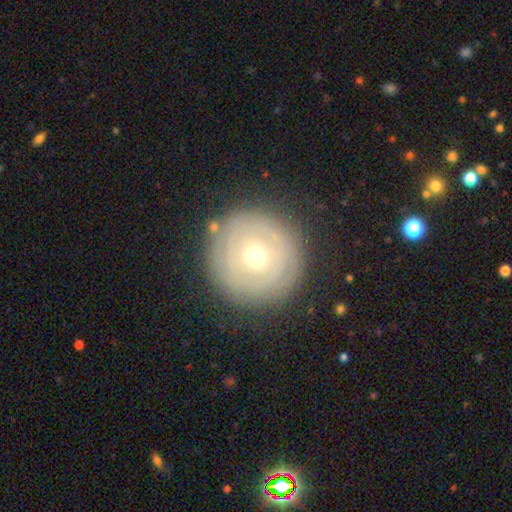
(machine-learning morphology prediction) smooth-or-featured: featured or disk: 53% | smooth: 38% | star or artifact: 8%
  disk-edge-on: no: 96% | yes: 4%
    bar: no: 85% | weak: 12% | strong: 4%
    has-spiral-arms: yes: 53% | no: 47%
    bulge-size: moderate: 55% | small: 40% | large: 3% | dominant: 1% | none: 1%
  merging: none: 85% | minor disturbance: 10% | major disturbance: 4% | merger: 2%